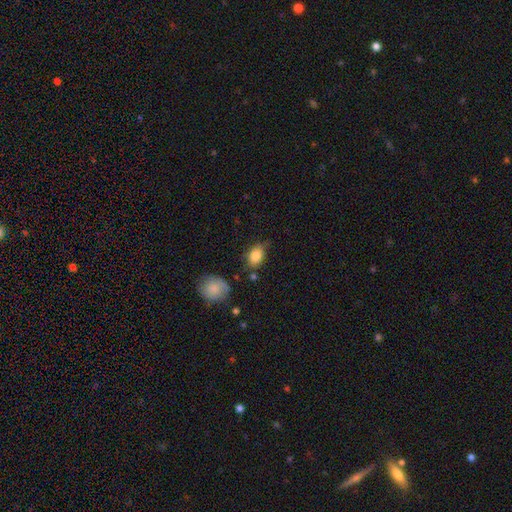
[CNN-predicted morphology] The model was most divided on "merging": none: 61%, minor disturbance: 28%, major disturbance: 7%, merger: 4%. More confident: smooth or featured — smooth (85%); how rounded — in between (81%).